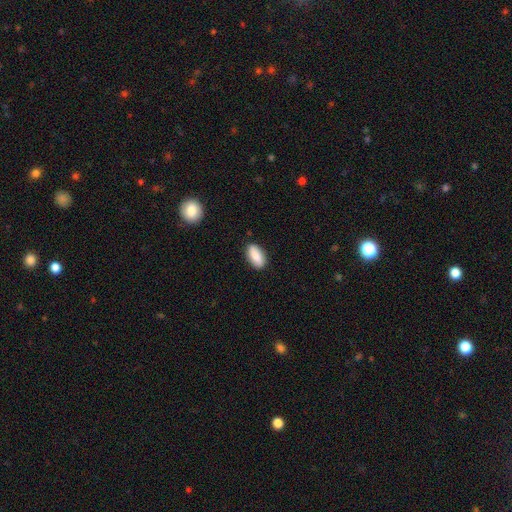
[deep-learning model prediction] This is clearly a smooth galaxy (86%). How rounded: clearly in between (87%). Merging: clearly none (86%).